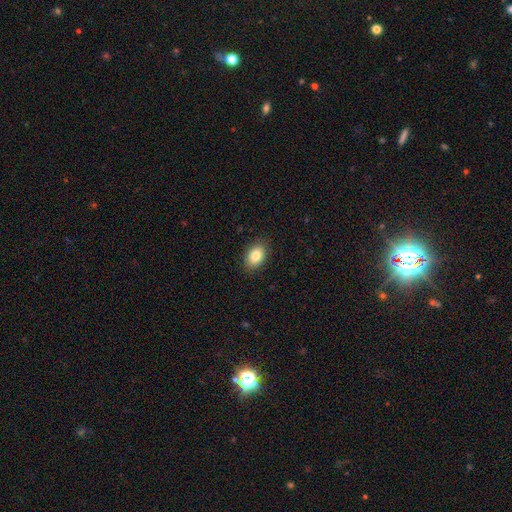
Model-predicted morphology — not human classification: A smooth galaxy with no disk features (84%) that is in between round and cigar-shaped (86%). Merging: none (88%).